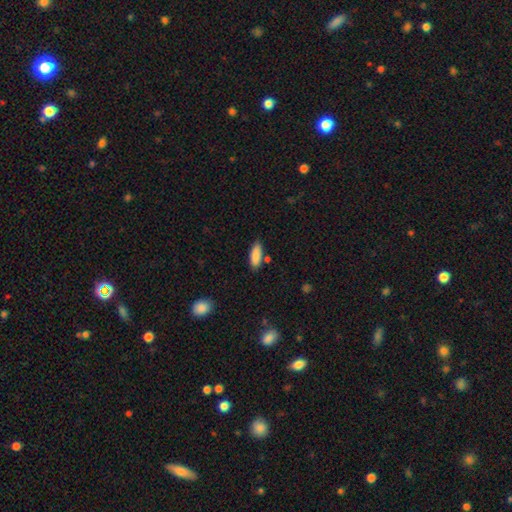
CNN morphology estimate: Smooth or featured?
  - smooth: 88% *
  - star or artifact: 7%
  - featured or disk: 5%
How rounded?
  - in between: 68% *
  - cigar-shaped: 30%
  - round: 2%
Merging?
  - none: 77% *
  - minor disturbance: 13%
  - merger: 7%
  - major disturbance: 3%